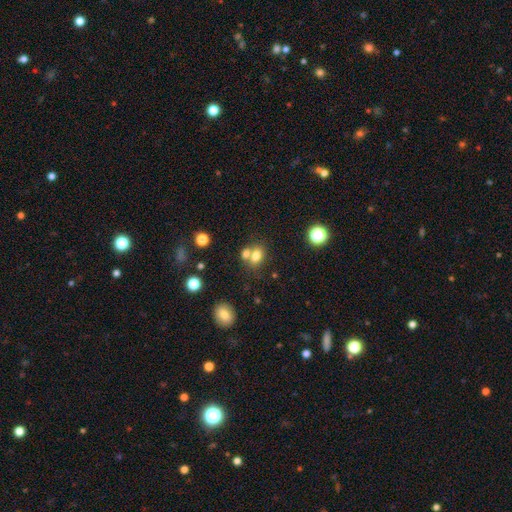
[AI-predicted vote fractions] Smooth or featured? smooth (74%)
How rounded? in between (61%)
Merging? merger (46%)